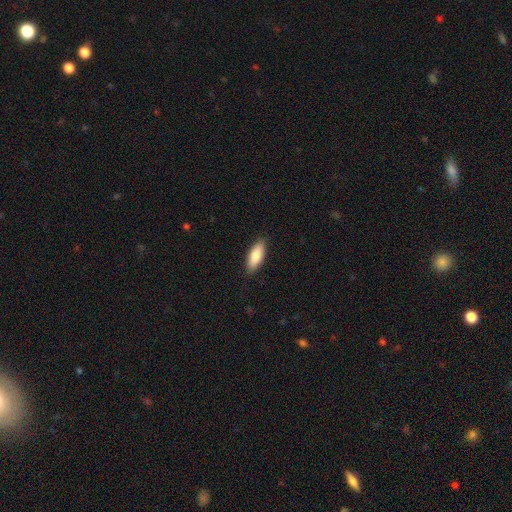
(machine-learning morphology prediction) smooth 84%, featured or disk 10%, star or artifact 6%. Down the decision tree: how rounded — in between (71%); merging — none (88%).